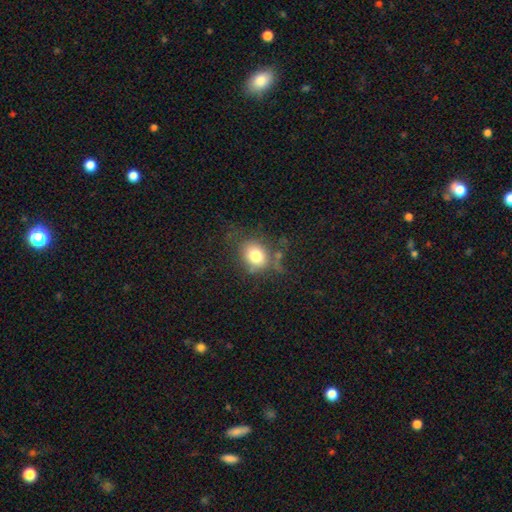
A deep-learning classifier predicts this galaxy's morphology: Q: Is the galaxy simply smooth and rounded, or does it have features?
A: smooth — 76%.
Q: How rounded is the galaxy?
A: round — 61%.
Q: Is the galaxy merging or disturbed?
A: none — 62%.